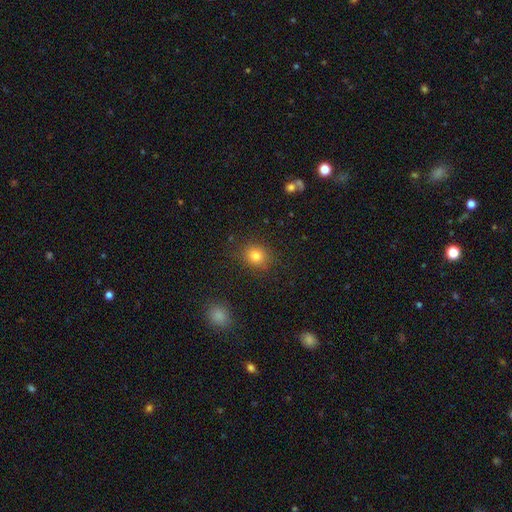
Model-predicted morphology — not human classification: Smooth or featured? Predicted: smooth (p=0.80). How rounded? Predicted: round (p=0.74). Merging? Predicted: none (p=0.85).